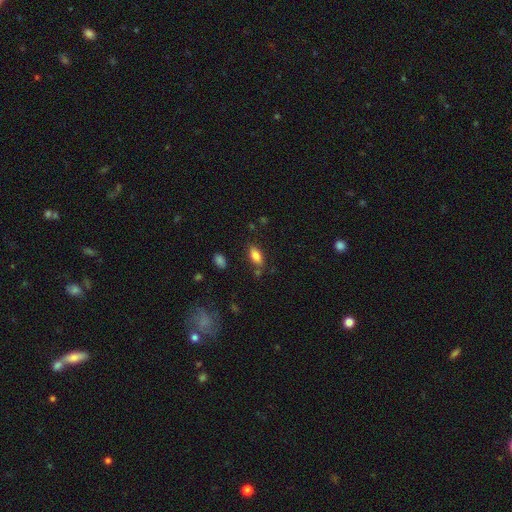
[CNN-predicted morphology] This appears to be a smooth galaxy with no disk features (82%) that is in between round and cigar-shaped (85%). Merging: none (78%).